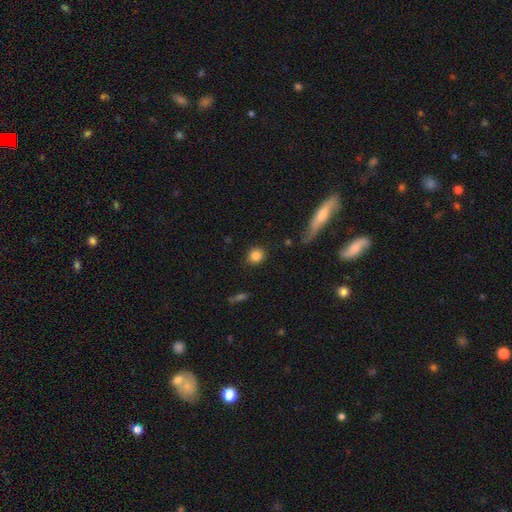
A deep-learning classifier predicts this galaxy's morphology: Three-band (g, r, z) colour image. It shows a smooth galaxy with no disk features (85%) that is round (85%). Merging: none (86%).